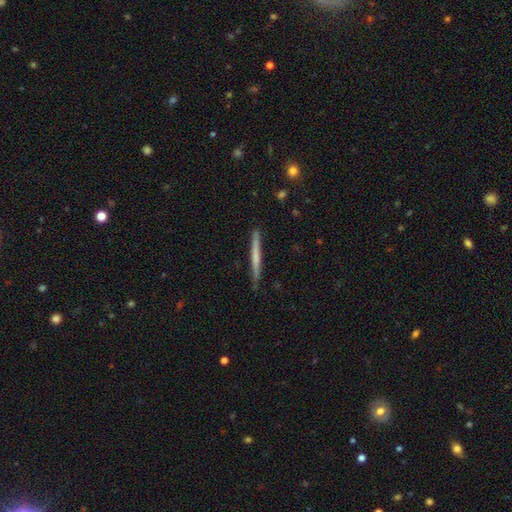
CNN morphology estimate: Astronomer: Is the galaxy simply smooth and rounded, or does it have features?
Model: smooth — 49% (runner-up: featured or disk, 45%).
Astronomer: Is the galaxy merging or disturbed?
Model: none — 87%.